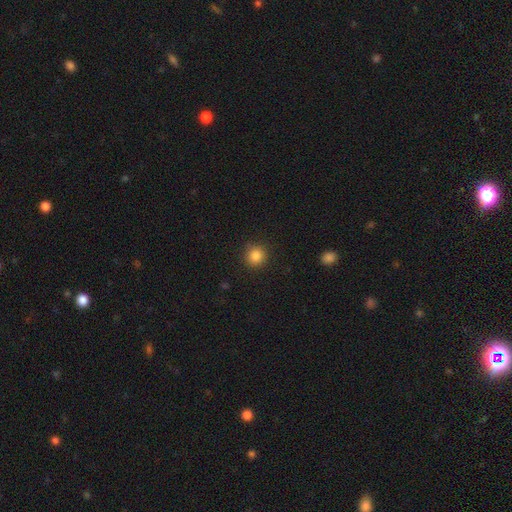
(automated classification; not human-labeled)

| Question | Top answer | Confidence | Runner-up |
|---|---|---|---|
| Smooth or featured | smooth | 85% | star or artifact (11%) |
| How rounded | round | 94% | in between (5%) |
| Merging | none | 90% | minor disturbance (6%) |